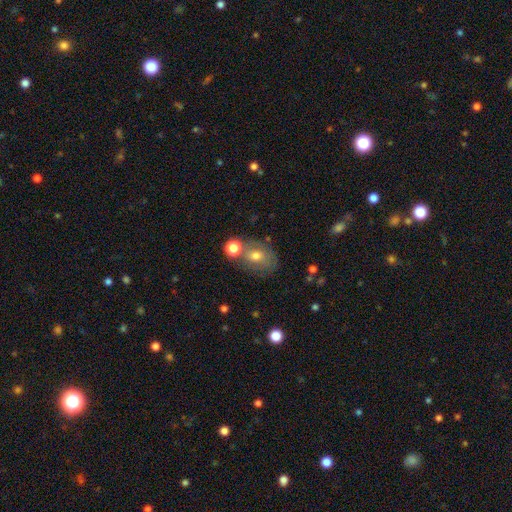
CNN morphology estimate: smooth 60%, featured or disk 26%, star or artifact 14%. Down the decision tree: how rounded — in between (57%); merging — none (56%).